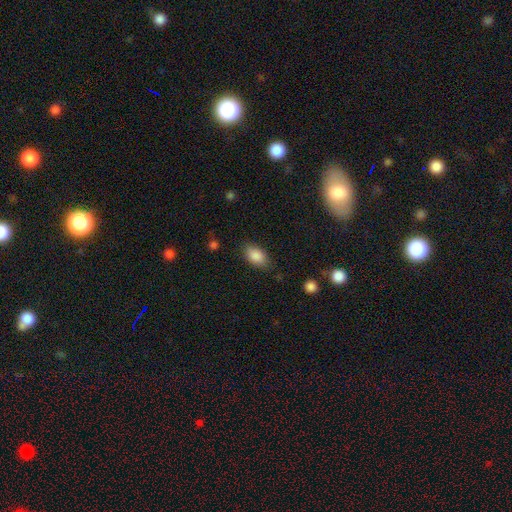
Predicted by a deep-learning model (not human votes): smooth-or-featured: smooth: 87% | star or artifact: 8% | featured or disk: 5%
  how-rounded: in between: 90% | round: 8% | cigar-shaped: 2%
  merging: none: 81% | minor disturbance: 14% | major disturbance: 4% | merger: 1%